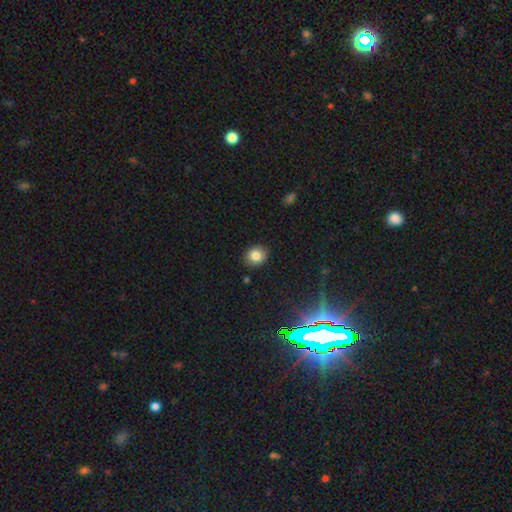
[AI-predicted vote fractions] Overall: smooth (82%). How rounded: round (67%; in between 32%). Merging: none (88%).